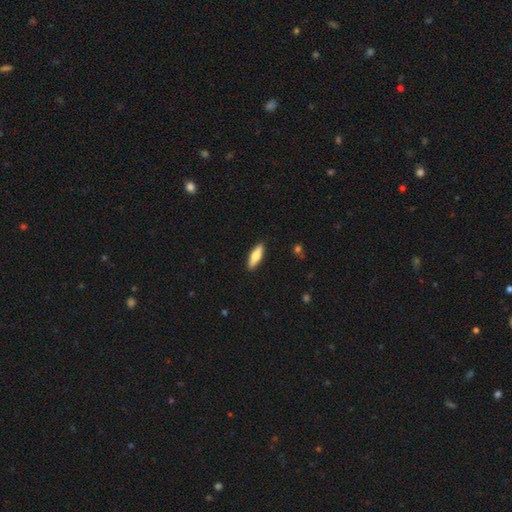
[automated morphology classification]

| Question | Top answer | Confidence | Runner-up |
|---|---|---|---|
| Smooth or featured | smooth | 68% | featured or disk (27%) |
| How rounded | cigar-shaped | 54% | in between (44%) |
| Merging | none | 90% | minor disturbance (7%) |